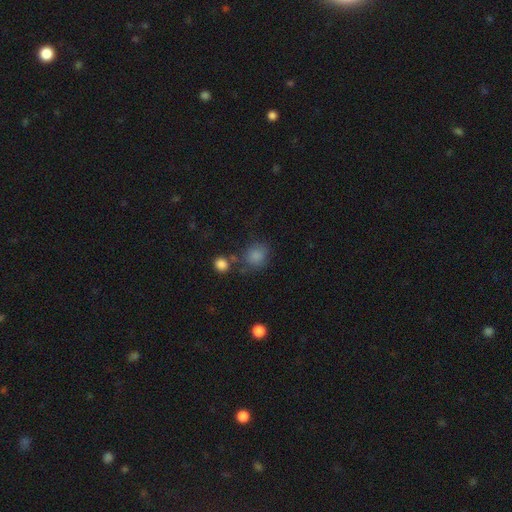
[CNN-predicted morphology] A smooth galaxy with no disk features (82%) that is round (76%). Merging: none (64%).